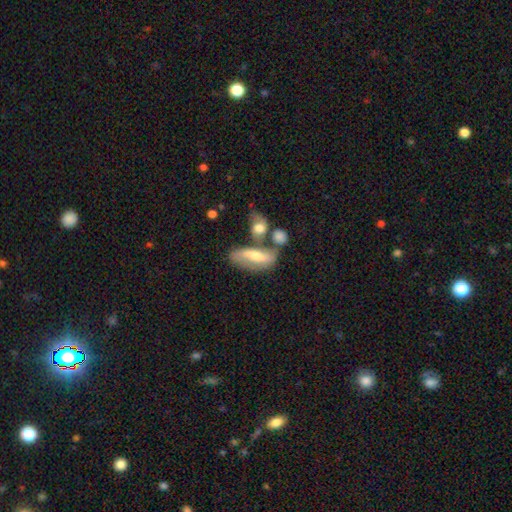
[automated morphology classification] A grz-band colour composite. It shows a featured or disk galaxy (50%). Merging: none (41%).